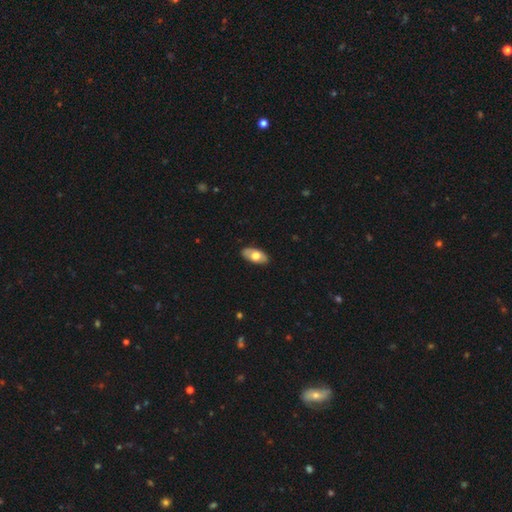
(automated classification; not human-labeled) This is likely a smooth galaxy (64%). How rounded: clearly in between (93%). Merging: clearly none (86%).